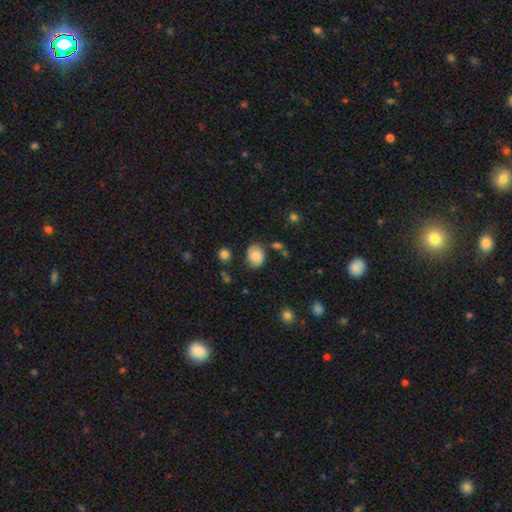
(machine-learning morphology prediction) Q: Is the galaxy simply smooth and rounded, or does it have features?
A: smooth — 69%.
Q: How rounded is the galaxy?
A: in between — 50%.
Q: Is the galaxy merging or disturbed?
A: none — 71%.